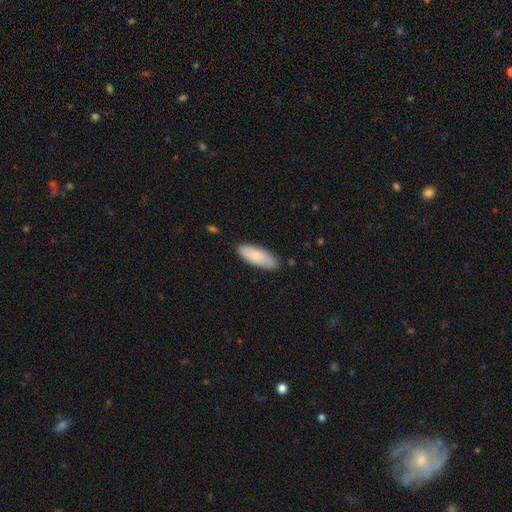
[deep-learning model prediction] A smooth galaxy with no disk features (79%) that is in between round and cigar-shaped (75%). Merging: none (84%).